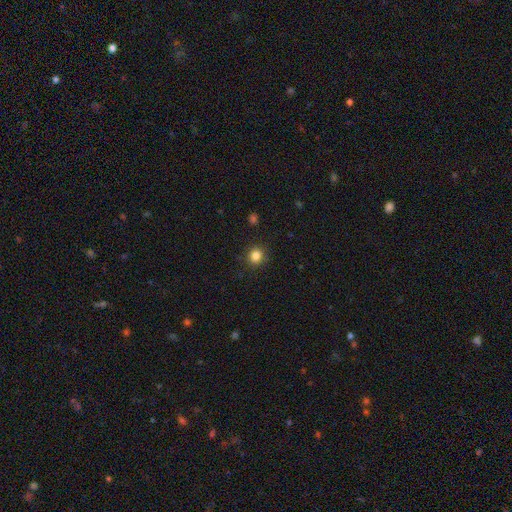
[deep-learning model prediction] Smooth or featured? Predicted: smooth (p=0.84). How rounded? Predicted: round (p=0.85). Merging? Predicted: none (p=0.89).